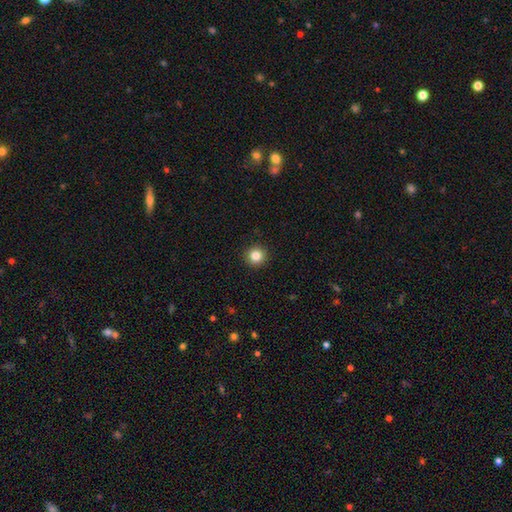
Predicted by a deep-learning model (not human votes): smooth 84%, star or artifact 11%, featured or disk 5%. Down the decision tree: how rounded — round (95%); merging — none (93%).